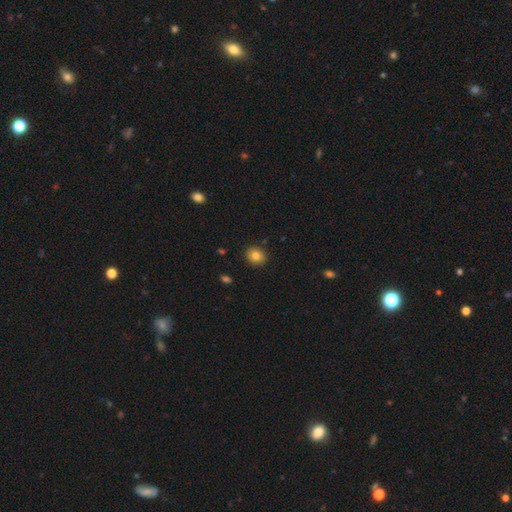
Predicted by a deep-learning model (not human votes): Overall: smooth (82%). How rounded: round (70%). Merging: none (89%).